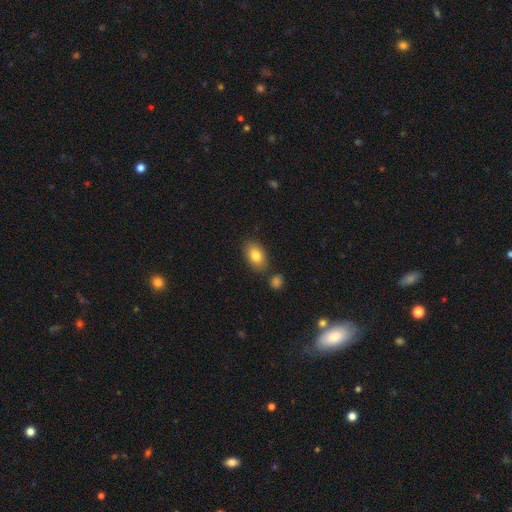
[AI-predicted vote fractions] Smooth or featured: smooth — 81% (featured or disk — 11%)
How rounded: in between — 87% (round — 11%)
Merging: none — 79% (minor disturbance — 11%)